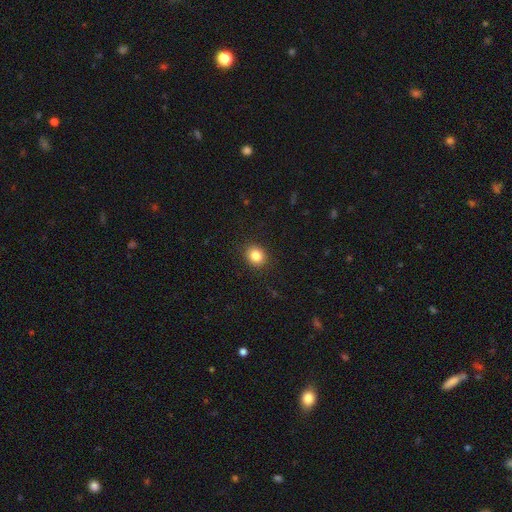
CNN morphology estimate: A smooth galaxy with no disk features (84%) that is round (72%).

Vote fractions:
- Smooth or featured? smooth: 84% / star or artifact: 11% / featured or disk: 5%
- How rounded? round: 72% / in between: 27% / cigar-shaped: 1%
- Merging? none: 90% / minor disturbance: 7% / major disturbance: 2% / merger: 1%